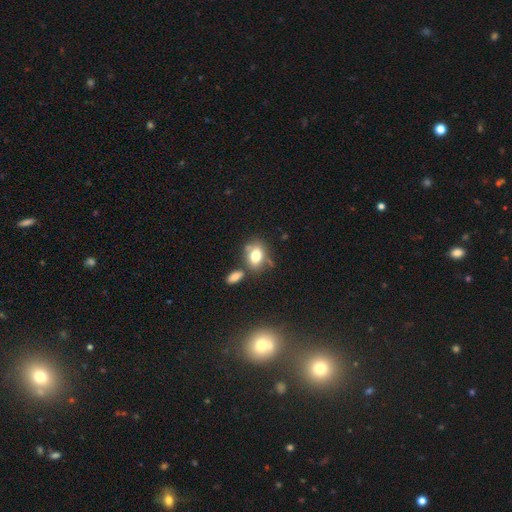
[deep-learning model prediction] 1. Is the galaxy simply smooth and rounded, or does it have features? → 71% smooth, 18% featured or disk, 11% star or artifact.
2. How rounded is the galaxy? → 71% in between, 27% round, 2% cigar-shaped.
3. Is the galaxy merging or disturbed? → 53% none, 22% merger, 18% minor disturbance, 7% major disturbance.